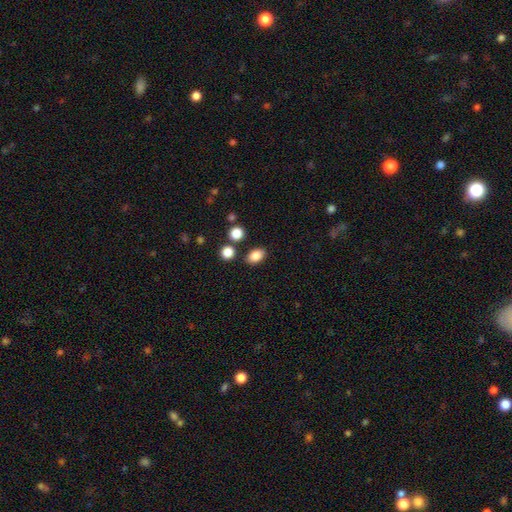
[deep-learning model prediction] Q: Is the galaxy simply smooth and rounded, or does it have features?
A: smooth — 85%.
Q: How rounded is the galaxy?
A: in between — 80%.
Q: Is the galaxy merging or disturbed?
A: none — 83%.